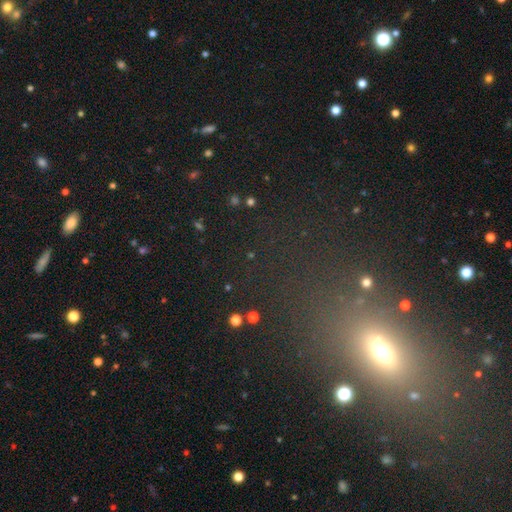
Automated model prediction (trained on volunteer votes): A star or artifact, not a galaxy (53%).

Vote fractions:
- Smooth or featured? star or artifact: 53% / smooth: 33% / featured or disk: 15%